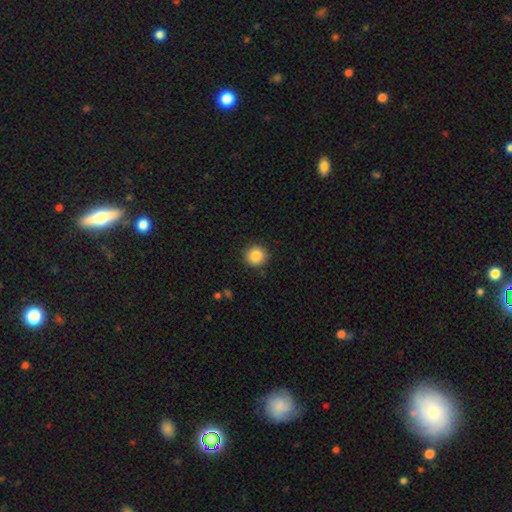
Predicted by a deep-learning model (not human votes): Smooth or featured? Predicted: smooth (p=0.86). How rounded? Predicted: round (p=0.93). Merging? Predicted: none (p=0.91).